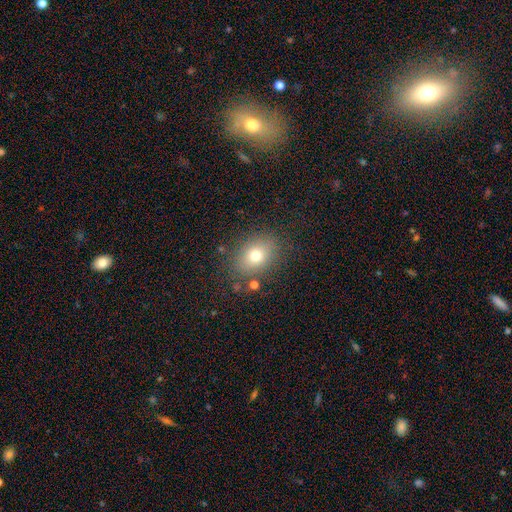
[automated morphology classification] Smooth or featured: smooth — 74% (featured or disk — 13%)
How rounded: in between — 67% (round — 31%)
Merging: none — 82% (minor disturbance — 11%)